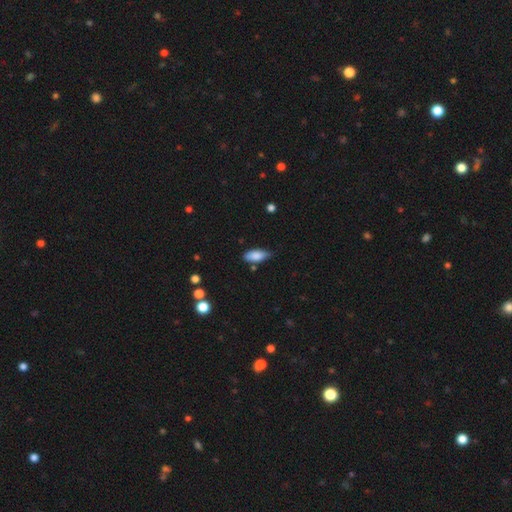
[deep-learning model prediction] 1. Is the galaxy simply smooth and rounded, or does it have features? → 84% smooth, 9% featured or disk, 7% star or artifact.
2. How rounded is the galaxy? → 81% in between, 16% cigar-shaped, 2% round.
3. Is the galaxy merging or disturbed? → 66% none, 26% minor disturbance, 4% major disturbance, 3% merger.